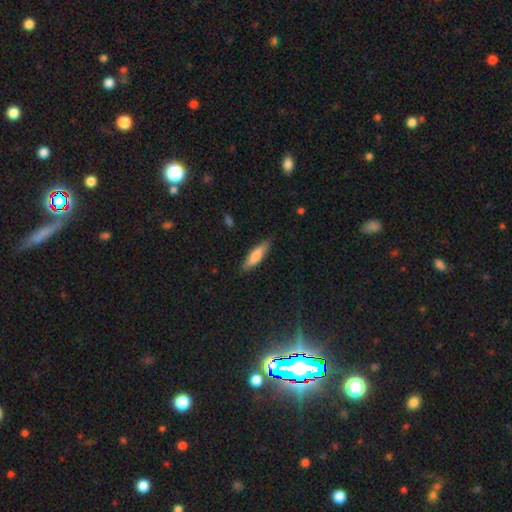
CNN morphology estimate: smooth-or-featured: smooth: 79% | featured or disk: 16% | star or artifact: 6%
  how-rounded: cigar-shaped: 66% | in between: 33% | round: 1%
  merging: none: 83% | minor disturbance: 13% | major disturbance: 2% | merger: 1%